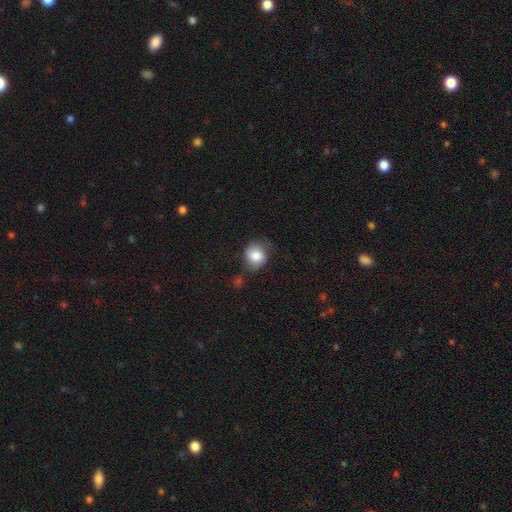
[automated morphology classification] A smooth galaxy with no disk features (81%) that is round (77%). Merging: none (58%).